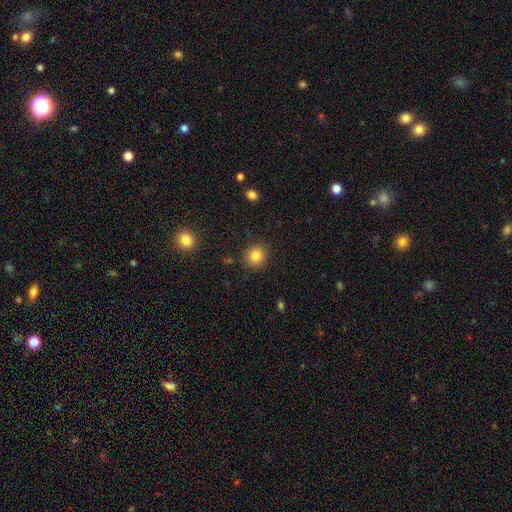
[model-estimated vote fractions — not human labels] smooth-or-featured: smooth: 84% | star or artifact: 10% | featured or disk: 6%
  how-rounded: round: 84% | in between: 15% | cigar-shaped: 1%
  merging: none: 88% | minor disturbance: 8% | major disturbance: 2% | merger: 2%